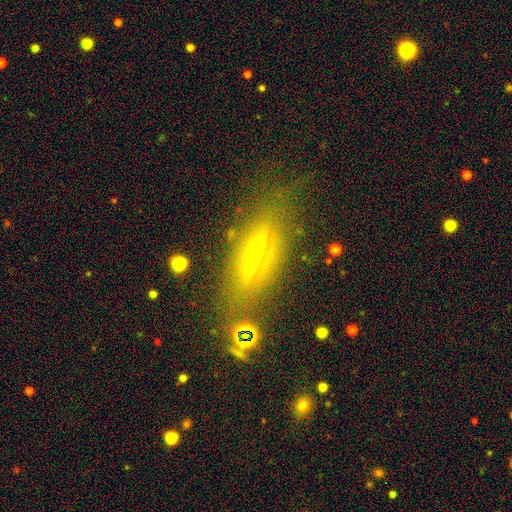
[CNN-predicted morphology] The model was most divided on "smooth or featured": featured or disk: 60%, smooth: 27%, star or artifact: 14%. More confident: edge-on disk — yes (80%); merging — none (72%).